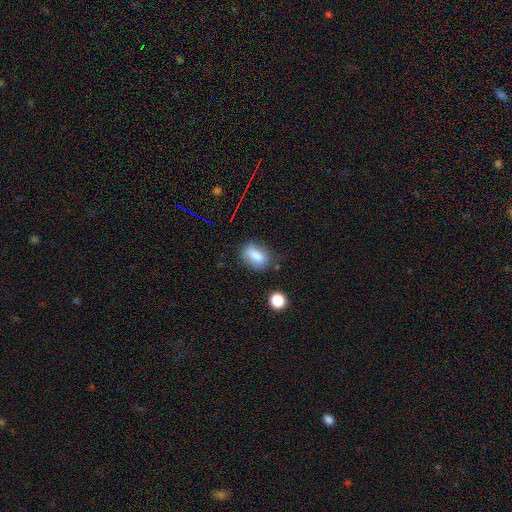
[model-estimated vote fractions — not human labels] Q: Smooth or featured?
A: smooth (83%); runner-up: star or artifact (10%)
Q: How rounded?
A: in between (82%); runner-up: round (14%)
Q: Merging?
A: none (68%); runner-up: minor disturbance (22%)